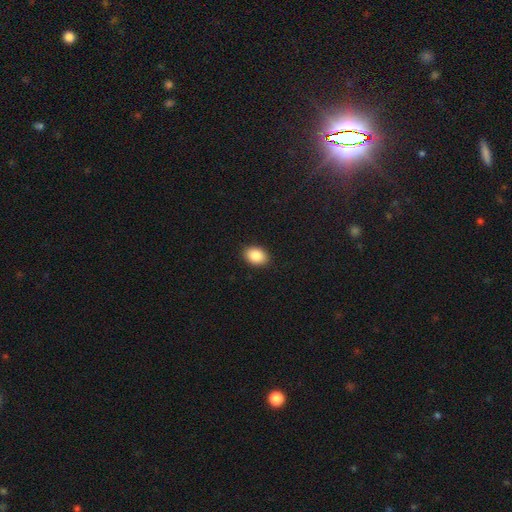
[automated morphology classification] smooth_or_featured: smooth (p=0.87) [alt: star or artifact p=0.08]
how_rounded: in between (p=0.78) [alt: round p=0.21]
merging: none (p=0.90) [alt: minor disturbance p=0.07]